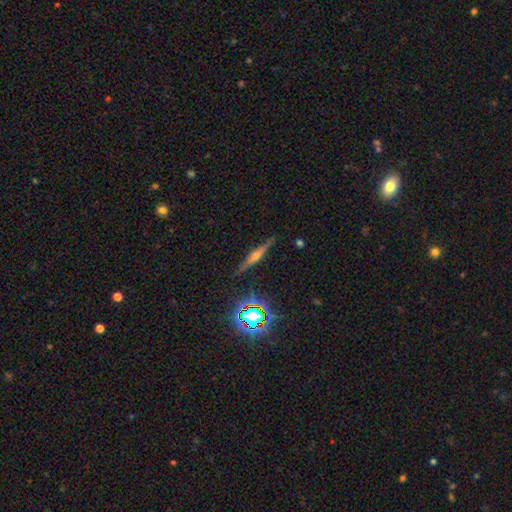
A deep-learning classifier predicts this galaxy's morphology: Smooth or featured? Predicted: featured or disk (p=0.65). Edge-on disk? Predicted: yes (p=0.96). Edge-on bulge? Predicted: rounded (p=0.84). Merging? Predicted: none (p=0.88).